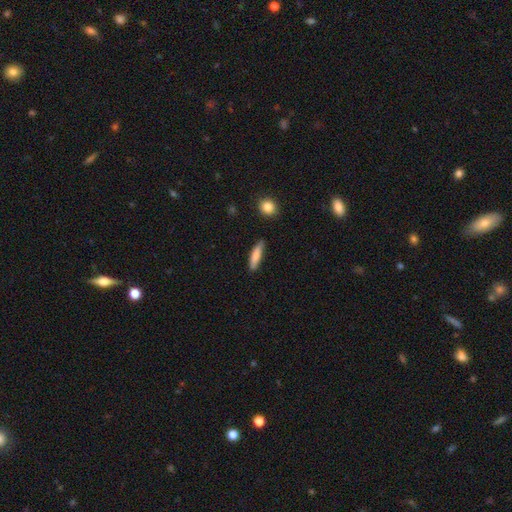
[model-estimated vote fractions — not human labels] A smooth galaxy with no disk features (81%) that is cigar-shaped (78%).

Vote fractions:
- Smooth or featured? smooth: 81% / featured or disk: 13% / star or artifact: 6%
- How rounded? cigar-shaped: 78% / in between: 20% / round: 2%
- Merging? none: 80% / minor disturbance: 15% / major disturbance: 3% / merger: 2%